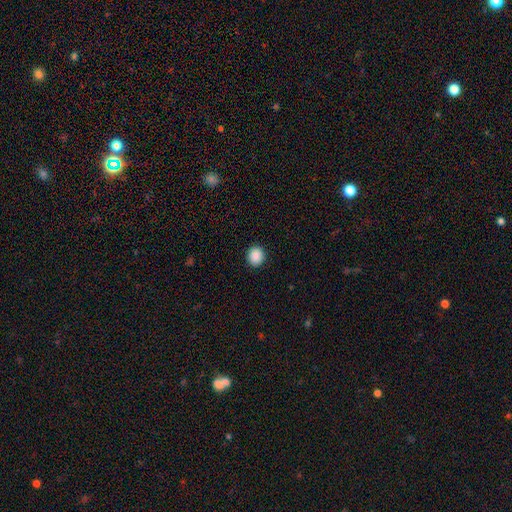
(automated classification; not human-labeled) A smooth galaxy with no disk features (90%) that is round (78%). Merging: none (91%).